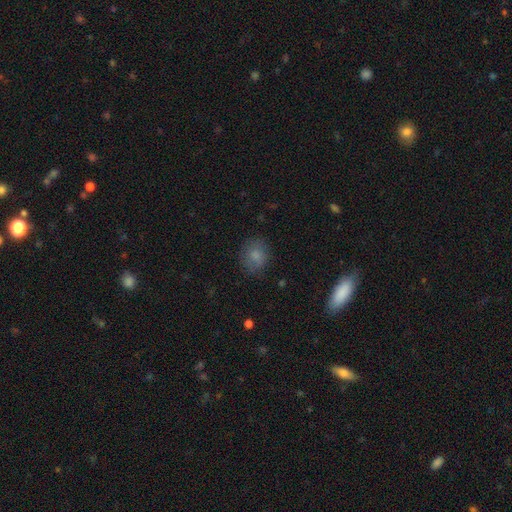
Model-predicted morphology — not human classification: A smooth galaxy with no disk features (81%) that is round (73%).

Vote fractions:
- Smooth or featured? smooth: 81% / star or artifact: 10% / featured or disk: 9%
- How rounded? round: 73% / in between: 26% / cigar-shaped: 1%
- Merging? none: 77% / minor disturbance: 16% / major disturbance: 5% / merger: 1%